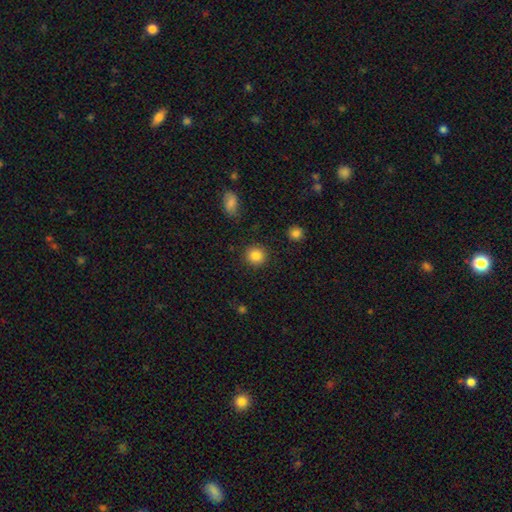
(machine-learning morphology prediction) Smooth or featured: smooth — 86% (star or artifact — 10%)
How rounded: round — 92% (in between — 7%)
Merging: none — 91% (minor disturbance — 6%)